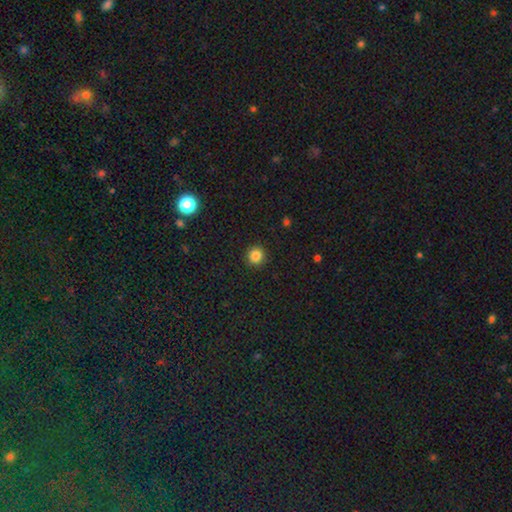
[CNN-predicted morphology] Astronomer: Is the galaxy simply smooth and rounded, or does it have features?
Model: smooth — 84%.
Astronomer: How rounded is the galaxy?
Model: round — 93%.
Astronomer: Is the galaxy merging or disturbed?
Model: none — 92%.